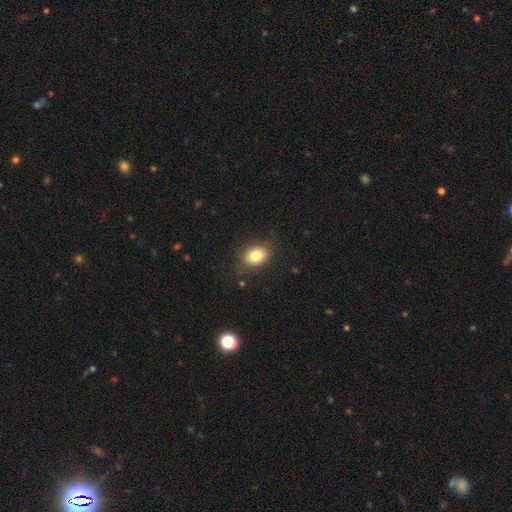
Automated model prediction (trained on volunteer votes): smooth-or-featured: smooth: 82% | star or artifact: 10% | featured or disk: 9%
  how-rounded: in between: 70% | round: 29% | cigar-shaped: 1%
  merging: none: 81% | minor disturbance: 14% | major disturbance: 4% | merger: 1%